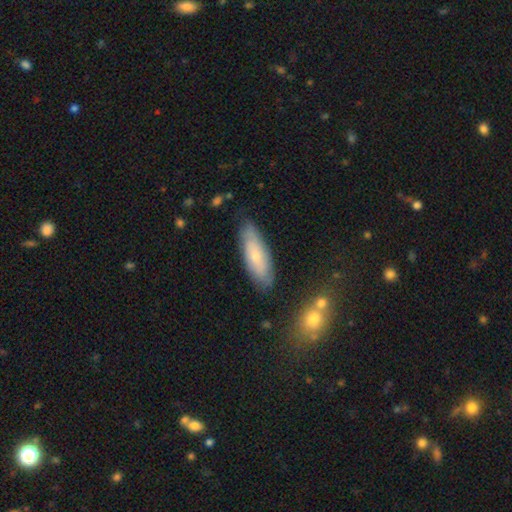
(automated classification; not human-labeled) Smooth or featured?
  - smooth: 61% *
  - featured or disk: 33%
  - star or artifact: 6%
How rounded?
  - in between: 57% *
  - cigar-shaped: 41%
  - round: 2%
Merging?
  - none: 78% *
  - minor disturbance: 17%
  - major disturbance: 3%
  - merger: 2%